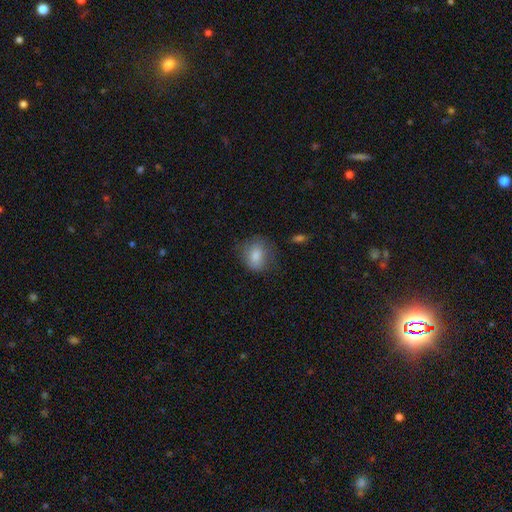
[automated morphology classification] This appears to be a smooth galaxy with no disk features (80%) that is in between round and cigar-shaped (51%). Merging: none (61%).